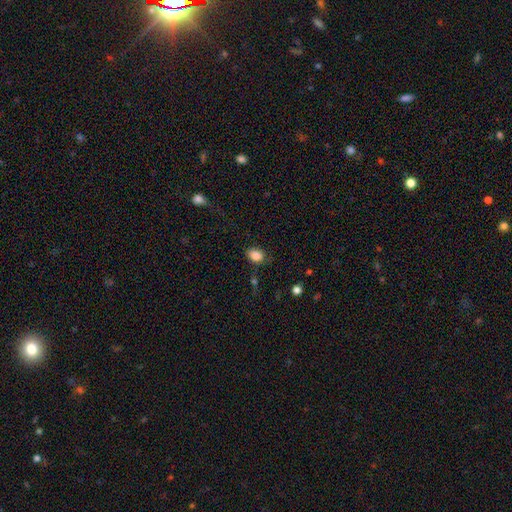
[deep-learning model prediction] smooth 86%, star or artifact 9%, featured or disk 5%. Down the decision tree: how rounded — in between (70%); merging — none (76%).